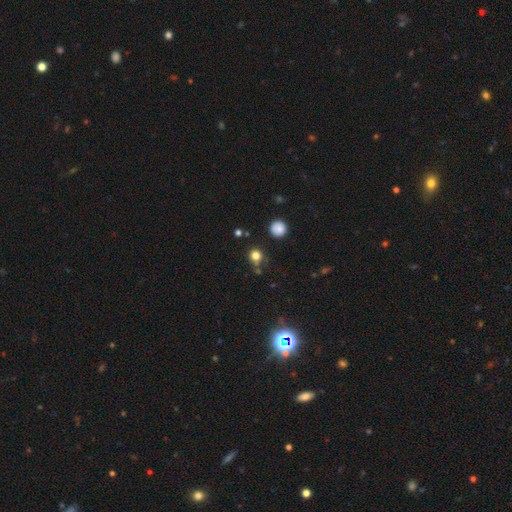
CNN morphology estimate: type=smooth (76%); roundness=round (86%); merging=none (73%).